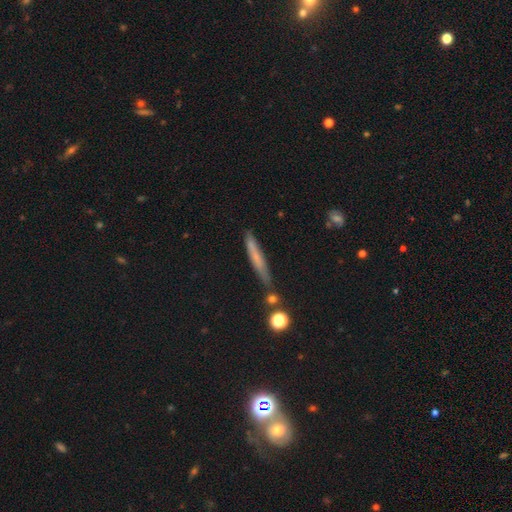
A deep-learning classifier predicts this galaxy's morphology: A smooth galaxy with no disk features (58%) that is cigar-shaped (94%).

Vote fractions:
- Smooth or featured? smooth: 58% / featured or disk: 33% / star or artifact: 10%
- How rounded? cigar-shaped: 94% / in between: 4% / round: 2%
- Merging? none: 75% / minor disturbance: 16% / merger: 5% / major disturbance: 4%